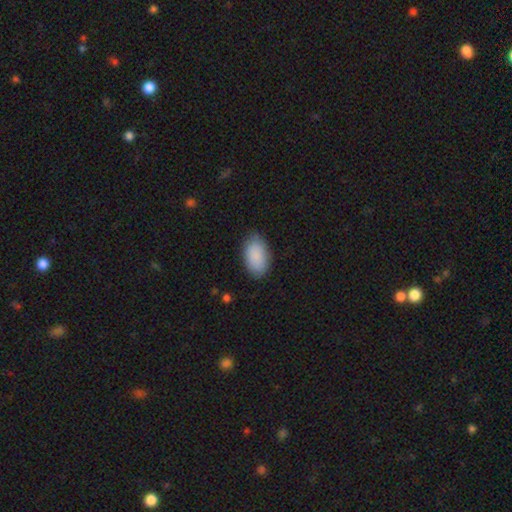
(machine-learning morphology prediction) smooth_or_featured: smooth (p=0.89) [alt: star or artifact p=0.06]
how_rounded: in between (p=0.94) [alt: round p=0.04]
merging: none (p=0.83) [alt: minor disturbance p=0.13]